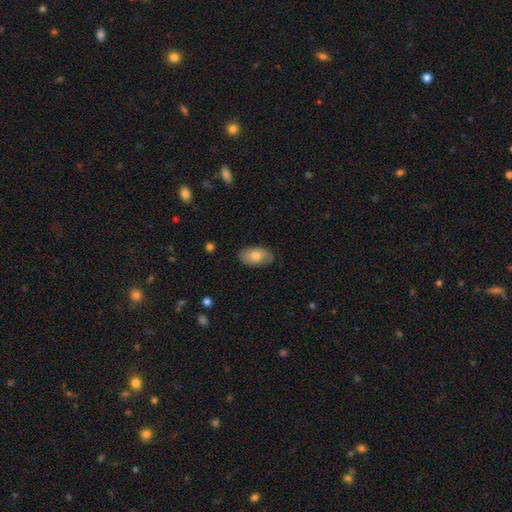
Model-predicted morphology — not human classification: smooth_or_featured: smooth (p=0.78) [alt: featured or disk p=0.16]
how_rounded: in between (p=0.94) [alt: round p=0.05]
merging: none (p=0.80) [alt: minor disturbance p=0.16]